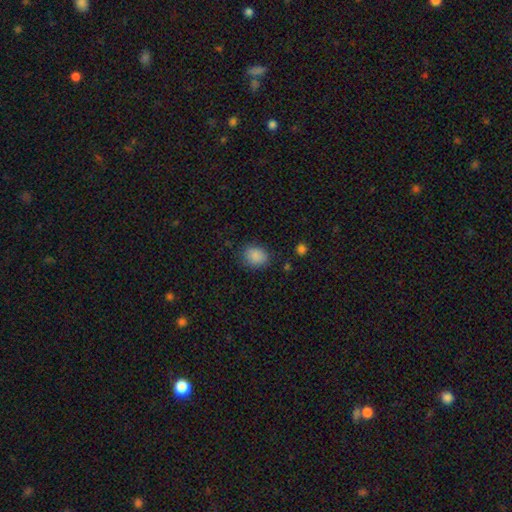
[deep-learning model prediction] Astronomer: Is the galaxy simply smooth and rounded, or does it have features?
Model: smooth — 87%.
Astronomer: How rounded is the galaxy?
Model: round — 59% (runner-up: in between, 41%).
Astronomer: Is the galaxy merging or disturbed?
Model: none — 82%.